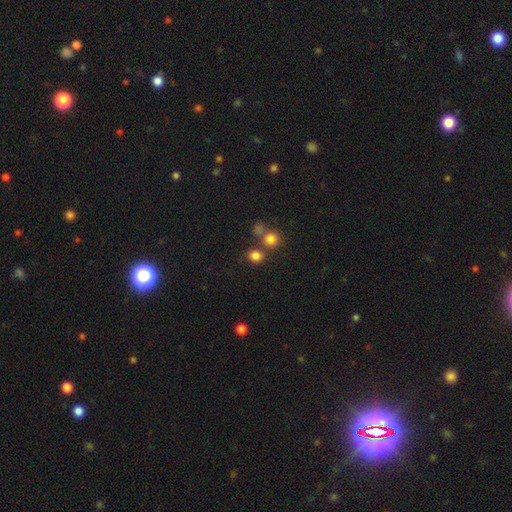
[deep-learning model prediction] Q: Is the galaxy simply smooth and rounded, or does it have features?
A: smooth — 81%.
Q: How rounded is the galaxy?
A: round — 81%.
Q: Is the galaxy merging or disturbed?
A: none — 68%.